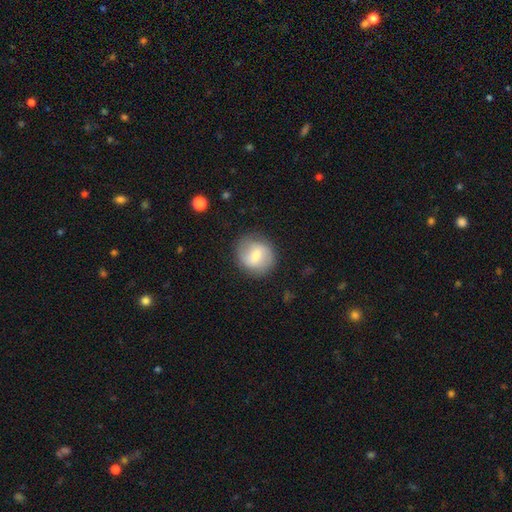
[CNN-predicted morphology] type=smooth (57%); roundness=round (83%); merging=none (80%).